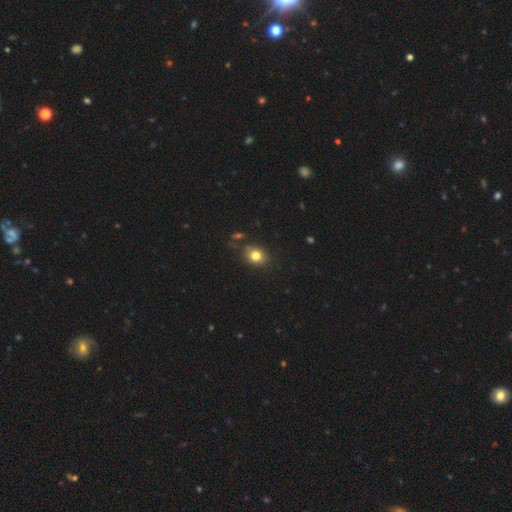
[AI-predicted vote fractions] Smooth or featured? Predicted: smooth (p=0.80). How rounded? Predicted: round (p=0.66). Merging? Predicted: none (p=0.77).